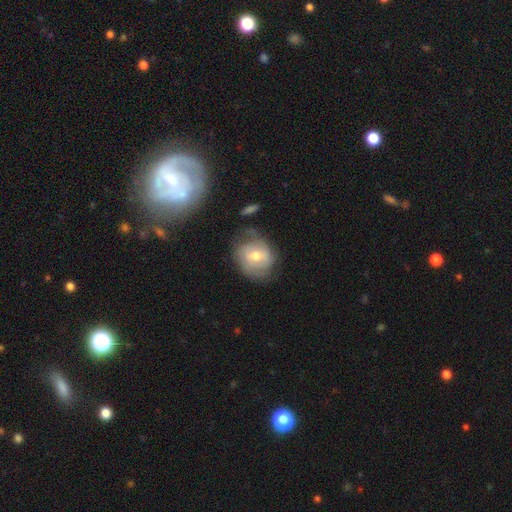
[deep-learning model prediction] Smooth or featured? Predicted: featured or disk (p=0.49). Merging? Predicted: none (p=0.57).